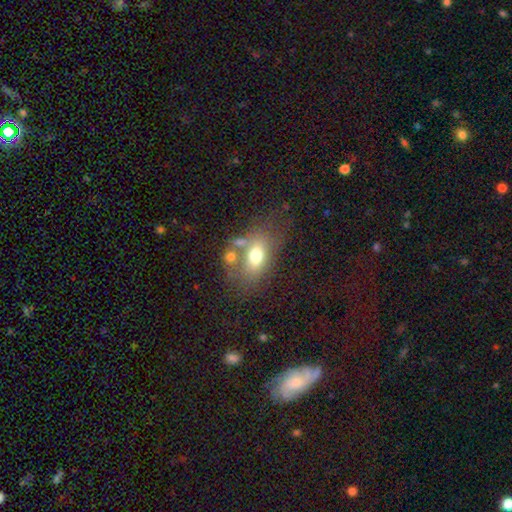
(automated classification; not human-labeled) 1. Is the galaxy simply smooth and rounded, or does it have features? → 66% smooth, 22% featured or disk, 11% star or artifact.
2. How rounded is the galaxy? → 81% in between, 16% round, 3% cigar-shaped.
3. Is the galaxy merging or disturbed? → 51% none, 19% merger, 18% minor disturbance, 12% major disturbance.